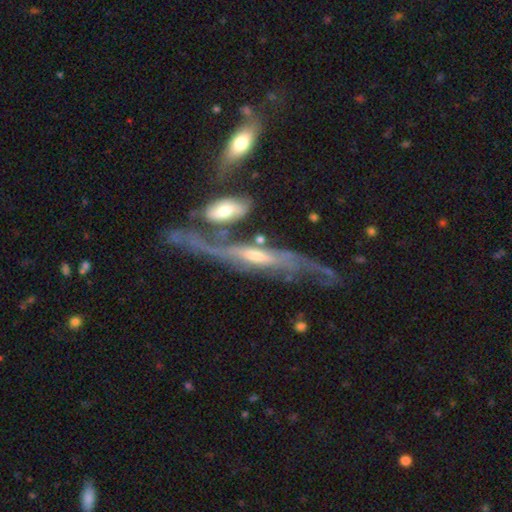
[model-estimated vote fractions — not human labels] Overall: featured or disk (83%). Edge-on disk: yes (51%; no 49%). Merging: none (51%; merger 19%).